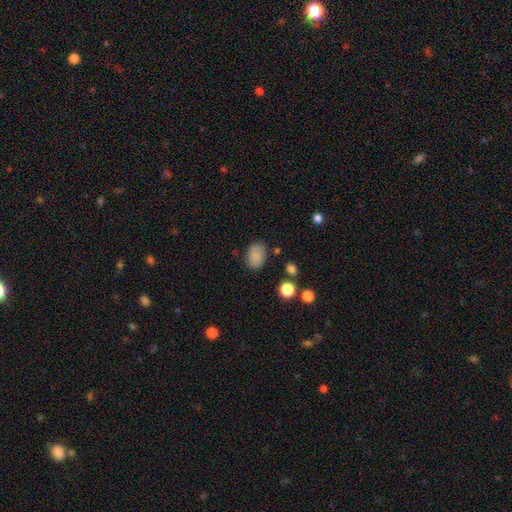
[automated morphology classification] smooth-or-featured: smooth: 81% | star or artifact: 10% | featured or disk: 8%
  how-rounded: in between: 79% | round: 20% | cigar-shaped: 1%
  merging: none: 77% | minor disturbance: 15% | major disturbance: 4% | merger: 3%